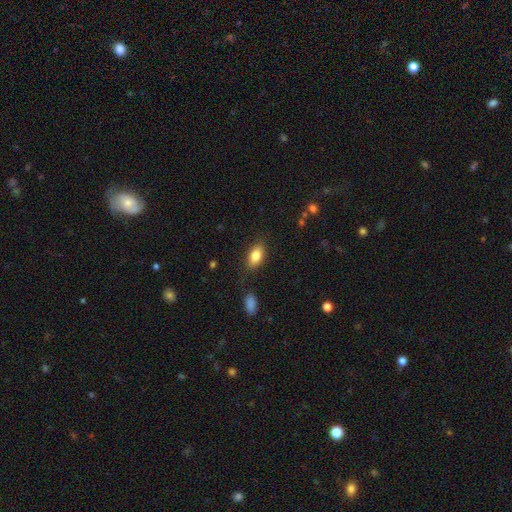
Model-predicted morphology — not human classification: Smooth or featured: smooth — 83% (featured or disk — 10%)
How rounded: in between — 89% (round — 7%)
Merging: none — 82% (minor disturbance — 13%)